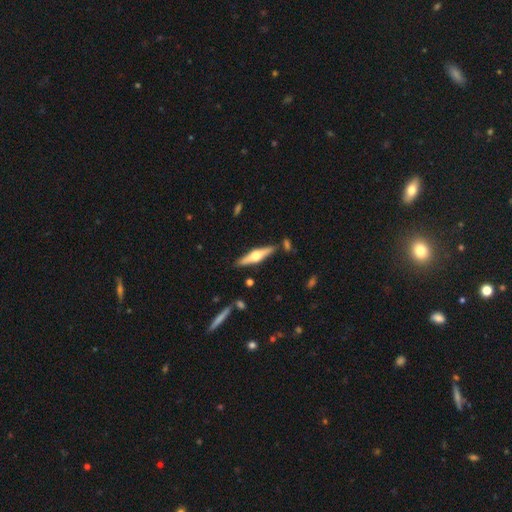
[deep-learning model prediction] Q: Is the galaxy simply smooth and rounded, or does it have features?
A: featured or disk — 69%.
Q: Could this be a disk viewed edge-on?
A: yes — 97%.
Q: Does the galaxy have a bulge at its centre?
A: rounded — 94%.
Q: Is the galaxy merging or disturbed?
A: none — 86%.